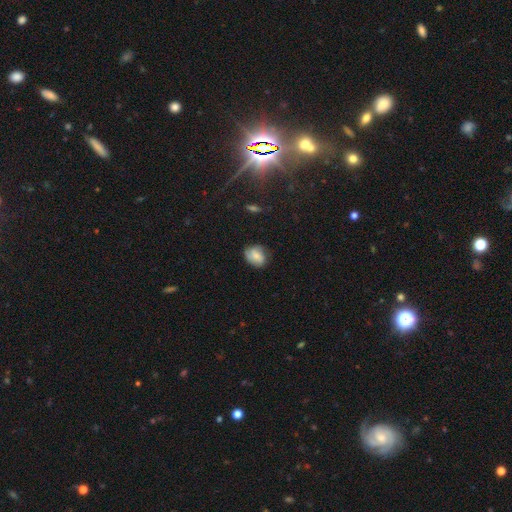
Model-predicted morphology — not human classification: This is likely a smooth galaxy (65%). How rounded: possibly round (50%). Merging: likely none (67%).